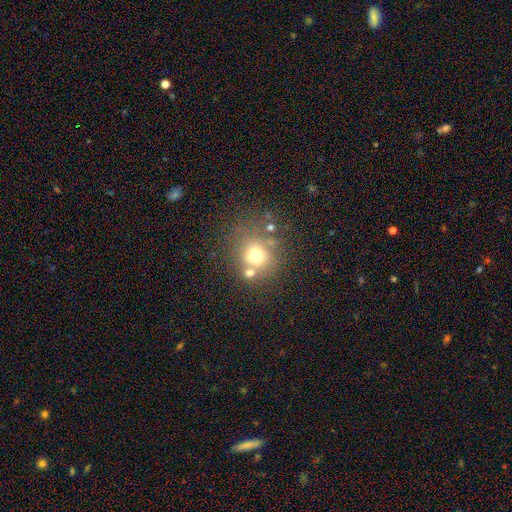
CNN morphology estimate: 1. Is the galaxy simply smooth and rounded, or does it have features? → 66% smooth, 18% featured or disk, 16% star or artifact.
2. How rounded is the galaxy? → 81% round, 18% in between, 1% cigar-shaped.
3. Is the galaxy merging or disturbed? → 56% none, 24% merger, 13% minor disturbance, 7% major disturbance.